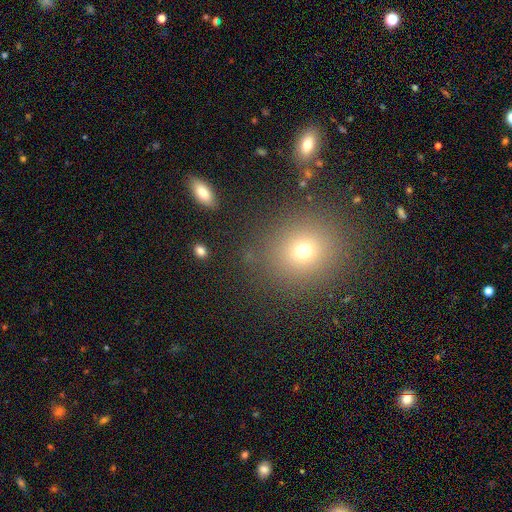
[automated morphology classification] A smooth galaxy with no disk features (64%) that is round (80%).

Vote fractions:
- Smooth or featured? smooth: 64% / star or artifact: 26% / featured or disk: 10%
- How rounded? round: 80% / in between: 18% / cigar-shaped: 2%
- Merging? none: 86% / minor disturbance: 8% / major disturbance: 3% / merger: 3%